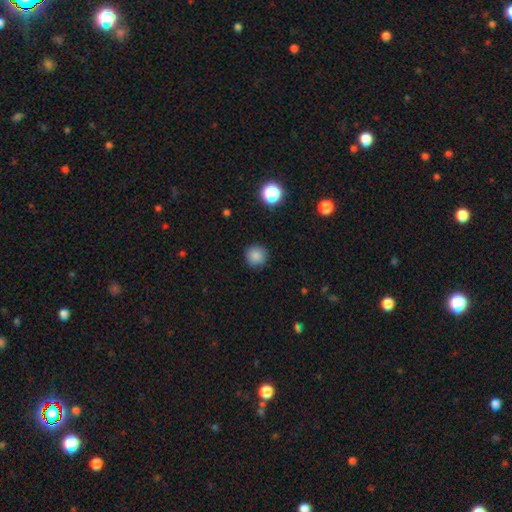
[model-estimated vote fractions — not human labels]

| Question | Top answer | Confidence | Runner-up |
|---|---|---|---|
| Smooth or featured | smooth | 85% | star or artifact (12%) |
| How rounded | round | 95% | in between (4%) |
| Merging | none | 90% | minor disturbance (7%) |